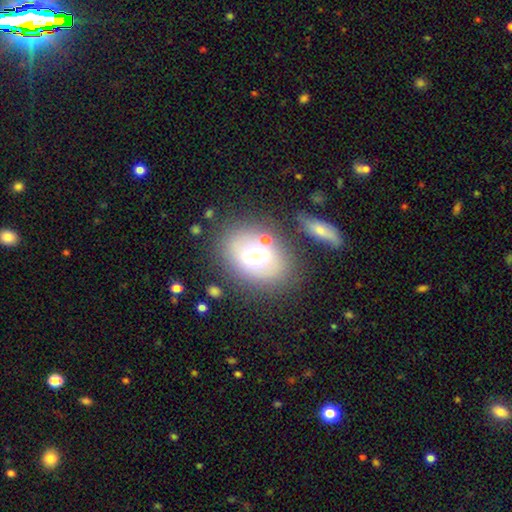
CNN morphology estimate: A smooth galaxy with no disk features (52%) that is in between round and cigar-shaped (61%).

Vote fractions:
- Smooth or featured? smooth: 52% / featured or disk: 32% / star or artifact: 16%
- How rounded? in between: 61% / round: 38% / cigar-shaped: 2%
- Merging? none: 64% / minor disturbance: 14% / merger: 13% / major disturbance: 9%